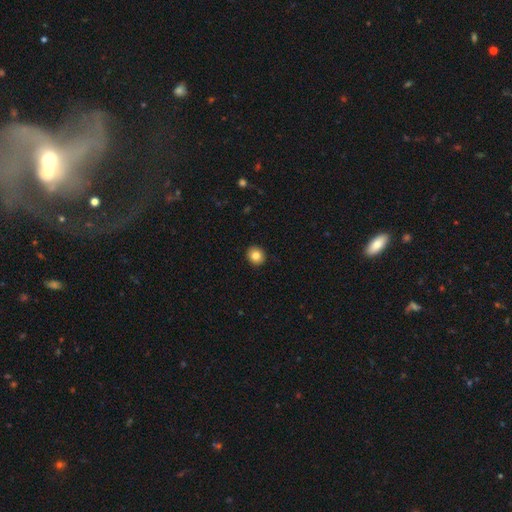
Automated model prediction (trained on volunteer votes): This appears to be a smooth galaxy with no disk features (83%) that is round (83%). Merging: none (92%).